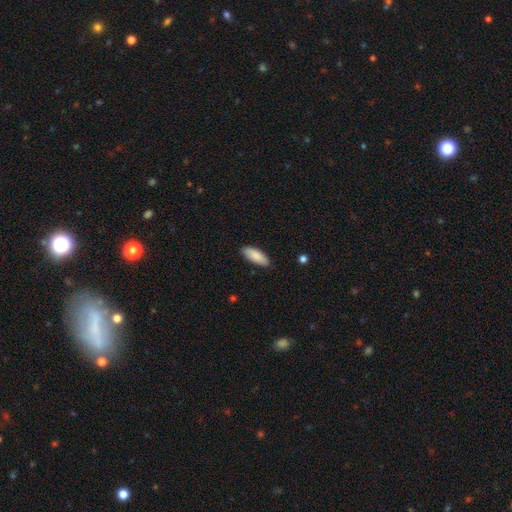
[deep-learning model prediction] Smooth or featured? Predicted: smooth (p=0.88). How rounded? Predicted: in between (p=0.73). Merging? Predicted: none (p=0.87).